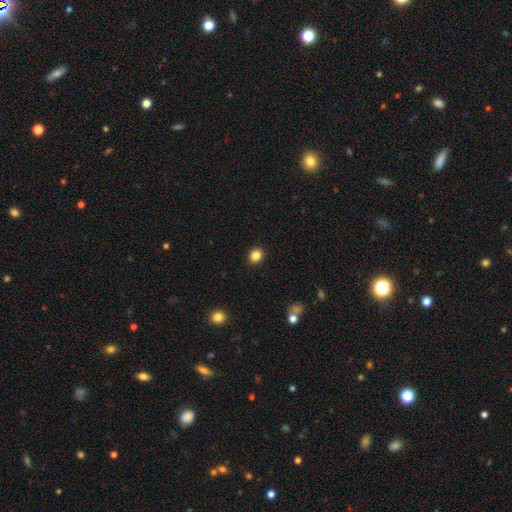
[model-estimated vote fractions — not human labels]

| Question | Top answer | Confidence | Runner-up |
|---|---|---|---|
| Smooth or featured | smooth | 85% | star or artifact (11%) |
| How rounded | round | 74% | in between (25%) |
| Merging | none | 91% | minor disturbance (6%) |